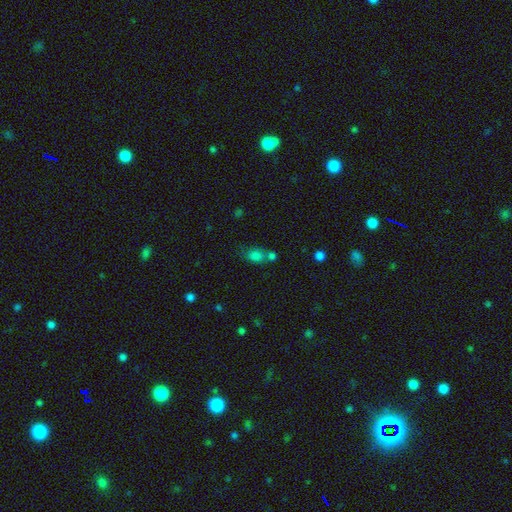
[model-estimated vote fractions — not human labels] Smooth or featured? smooth (77%)
How rounded? in between (60%)
Merging? none (46%)